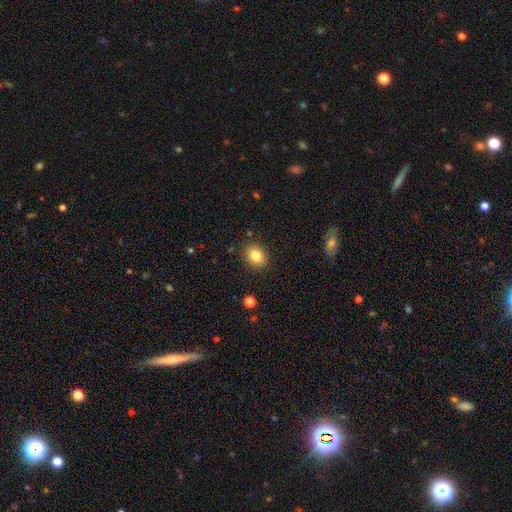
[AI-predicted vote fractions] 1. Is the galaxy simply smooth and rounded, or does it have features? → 83% smooth, 10% star or artifact, 7% featured or disk.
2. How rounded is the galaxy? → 50% in between, 49% round, 1% cigar-shaped.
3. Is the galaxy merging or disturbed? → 87% none, 9% minor disturbance, 3% major disturbance, 2% merger.